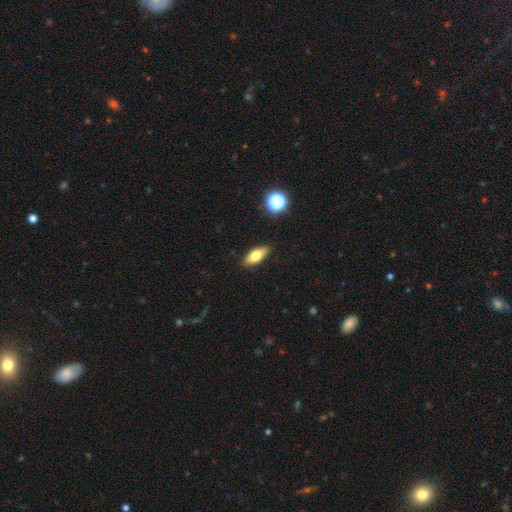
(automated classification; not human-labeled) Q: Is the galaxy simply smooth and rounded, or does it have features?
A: smooth — 70%.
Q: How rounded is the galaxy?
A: in between — 75%.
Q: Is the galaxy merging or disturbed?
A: none — 88%.